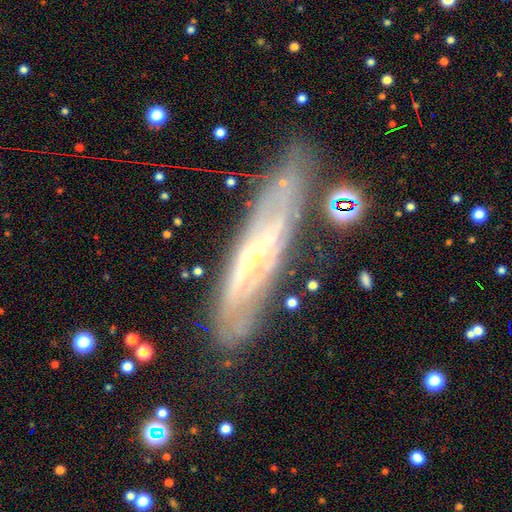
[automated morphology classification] smooth_or_featured: featured or disk (p=0.78) [alt: smooth p=0.14]
disk_edge_on: no (p=0.51) [alt: yes p=0.49]
merging: none (p=0.76) [alt: minor disturbance p=0.15]